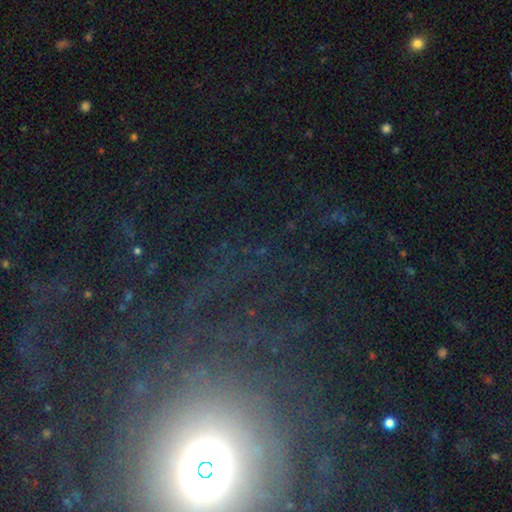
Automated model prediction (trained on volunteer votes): smooth-or-featured: star or artifact: 58% | featured or disk: 27% | smooth: 15%